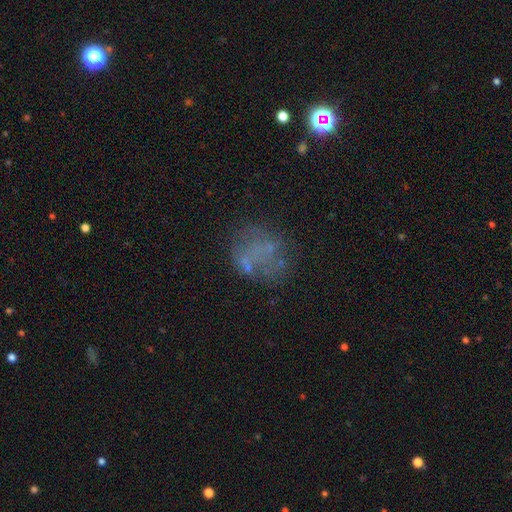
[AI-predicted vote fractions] Smooth or featured?
  - featured or disk: 38% *
  - smooth: 37%
  - star or artifact: 25%
Merging?
  - none: 57% *
  - minor disturbance: 18%
  - major disturbance: 17%
  - merger: 7%